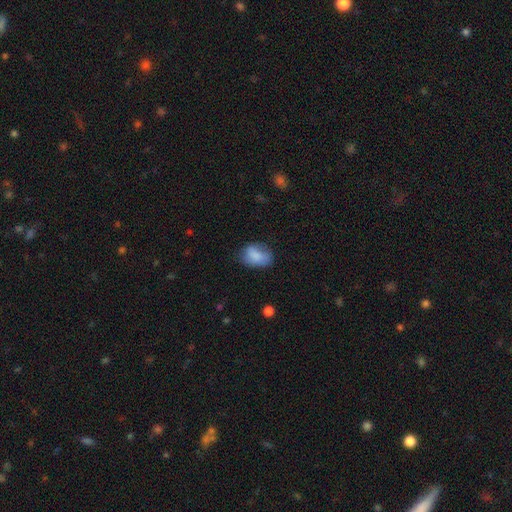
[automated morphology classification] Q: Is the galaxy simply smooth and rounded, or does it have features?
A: smooth — 81%.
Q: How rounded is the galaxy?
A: in between — 82%.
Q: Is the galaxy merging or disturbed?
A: none — 56%.